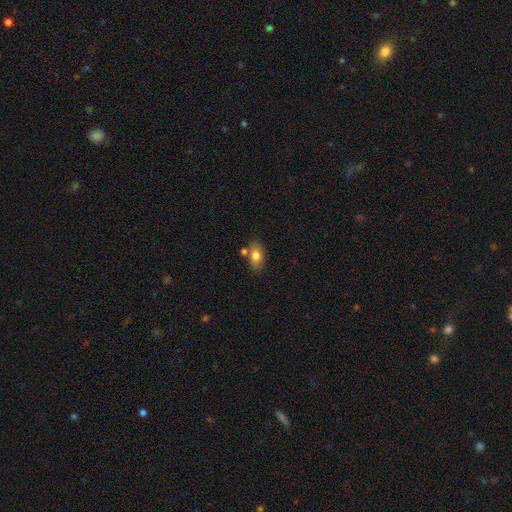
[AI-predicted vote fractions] smooth_or_featured: smooth (p=0.78) [alt: featured or disk p=0.14]
how_rounded: in between (p=0.87) [alt: round p=0.10]
merging: none (p=0.69) [alt: merger p=0.14]